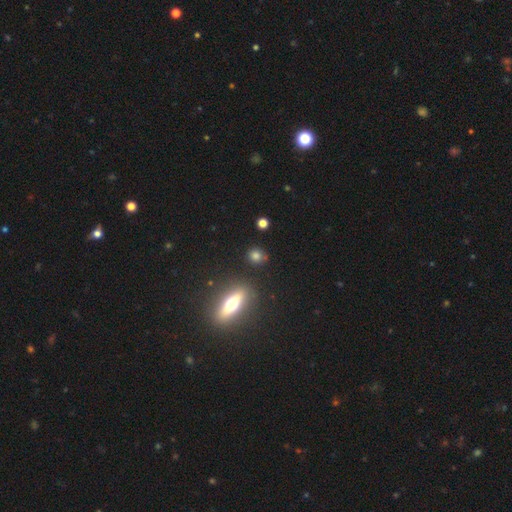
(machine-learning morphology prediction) Smooth or featured?
  - smooth: 75% *
  - star or artifact: 14%
  - featured or disk: 11%
How rounded?
  - round: 74% *
  - in between: 22%
  - cigar-shaped: 4%
Merging?
  - none: 81% *
  - minor disturbance: 12%
  - merger: 4%
  - major disturbance: 4%